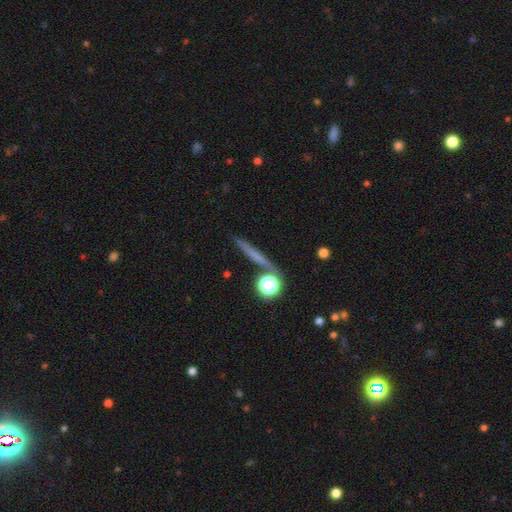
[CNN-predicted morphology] A smooth galaxy with no disk features (51%) that is cigar-shaped (77%).

Vote fractions:
- Smooth or featured? smooth: 51% / featured or disk: 35% / star or artifact: 14%
- How rounded? cigar-shaped: 77% / round: 16% / in between: 7%
- Merging? none: 80% / minor disturbance: 10% / merger: 7% / major disturbance: 4%